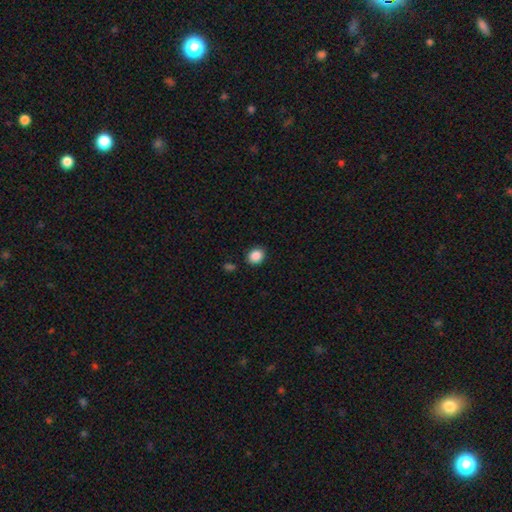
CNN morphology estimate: Overall: smooth (88%). How rounded: round (64%; in between 35%). Merging: none (87%).